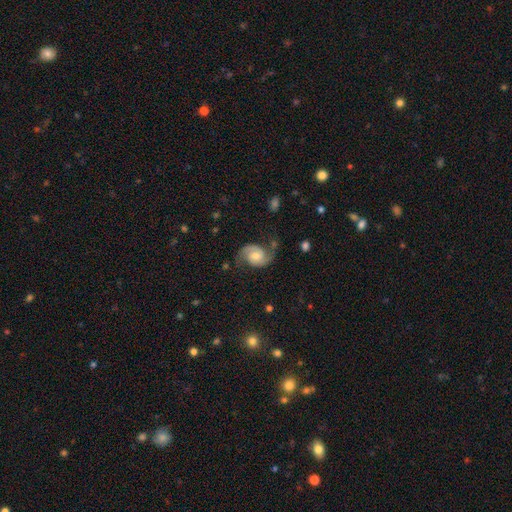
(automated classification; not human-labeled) A featured or disk galaxy (86%) with no bar (62%), 2 (93%) medium (50%) spiral arms (97%) and a moderate central bulge (62%).

Vote fractions:
- Smooth or featured? featured or disk: 86% / smooth: 8% / star or artifact: 6%
- Edge-on disk? no: 98% / yes: 2%
- Bar? no: 62% / weak: 31% / strong: 6%
- Spiral arms? yes: 97% / no: 3%
- Spiral winding? medium: 50% / loose: 31% / tight: 19%
- Spiral arm count? 2: 93% / can't tell: 2% / 1: 2% / 3: 1% / 4: 1% / more than 4: 1%
- Bulge size? moderate: 62% / small: 29% / large: 6% / none: 2% / dominant: 1%
- Merging? none: 71% / minor disturbance: 18% / major disturbance: 9% / merger: 3%